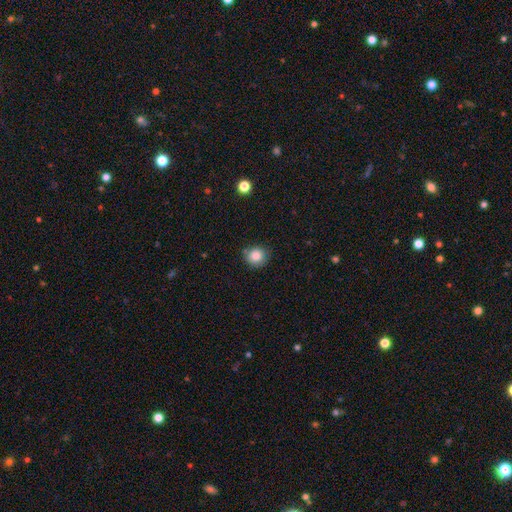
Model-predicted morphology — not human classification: smooth-or-featured: smooth: 85% | star or artifact: 10% | featured or disk: 5%
  how-rounded: round: 87% | in between: 12% | cigar-shaped: 1%
  merging: none: 79% | minor disturbance: 15% | merger: 3% | major disturbance: 3%